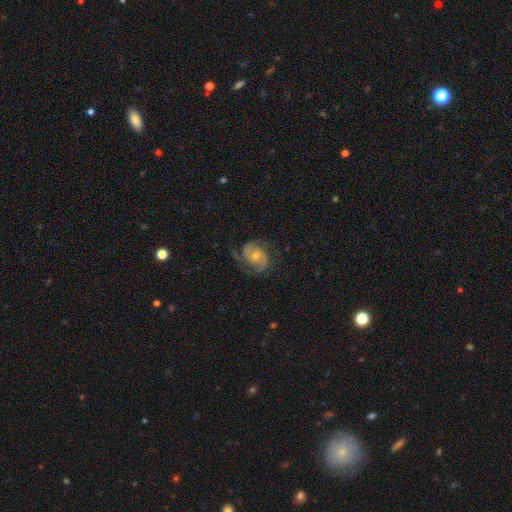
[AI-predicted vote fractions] Morphology: type=featured or disk (86%); edge-on=no (98%); bar=no (67%); spiral arms=yes (97%); winding=medium (48%); arm count=2 (76%); bulge=small (49%); merging=none (74%).